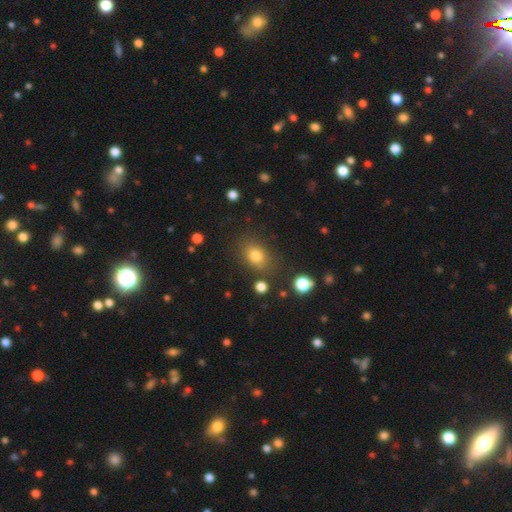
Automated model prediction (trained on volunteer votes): smooth-or-featured: smooth: 78% | star or artifact: 13% | featured or disk: 9%
  how-rounded: in between: 65% | round: 33% | cigar-shaped: 2%
  merging: none: 78% | minor disturbance: 13% | major disturbance: 5% | merger: 4%